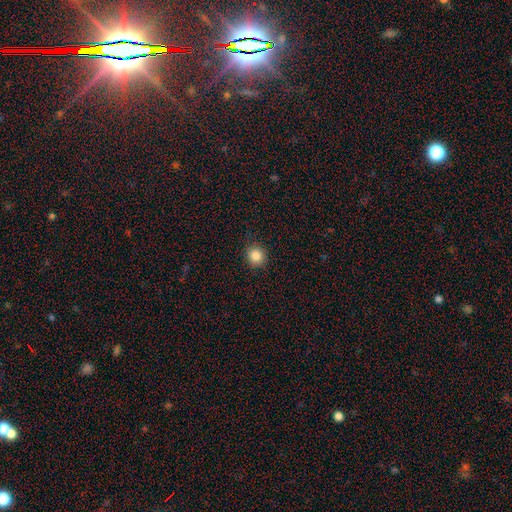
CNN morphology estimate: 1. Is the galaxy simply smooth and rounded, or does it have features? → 85% smooth, 10% star or artifact, 5% featured or disk.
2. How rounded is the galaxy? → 89% round, 10% in between, 1% cigar-shaped.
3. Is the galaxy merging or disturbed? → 87% none, 10% minor disturbance, 2% major disturbance, 1% merger.